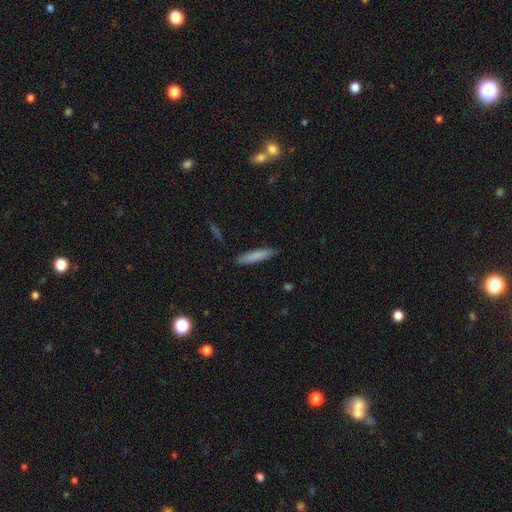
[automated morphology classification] This is clearly a smooth galaxy (83%). How rounded: clearly cigar-shaped (83%). Merging: clearly none (88%).